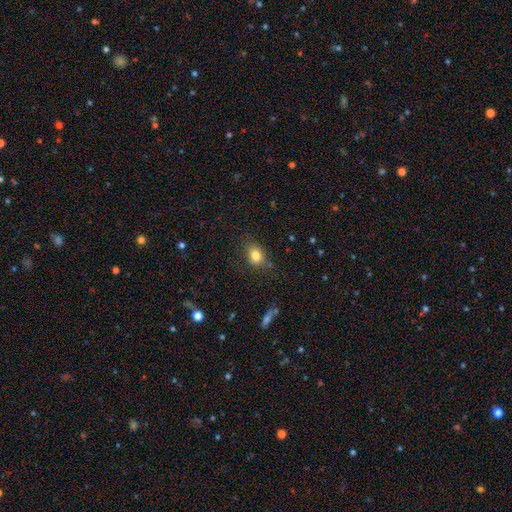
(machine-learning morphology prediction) Q: Smooth or featured?
A: smooth (81%); runner-up: star or artifact (11%)
Q: How rounded?
A: in between (59%); runner-up: round (39%)
Q: Merging?
A: none (74%); runner-up: minor disturbance (19%)